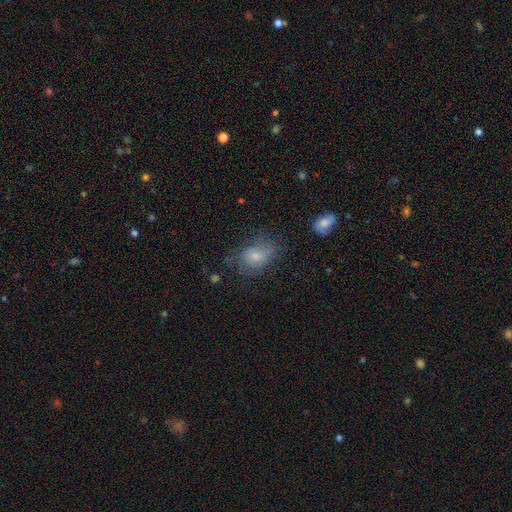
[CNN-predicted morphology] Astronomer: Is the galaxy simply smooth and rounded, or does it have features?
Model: smooth — 62%.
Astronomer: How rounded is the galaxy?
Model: in between — 66%.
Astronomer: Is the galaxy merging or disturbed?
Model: none — 47% (runner-up: minor disturbance, 29%).